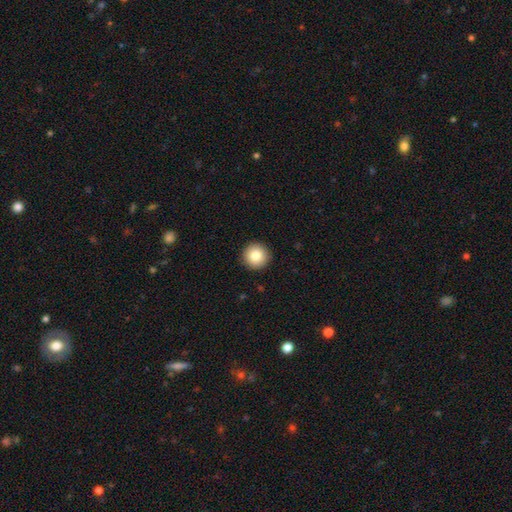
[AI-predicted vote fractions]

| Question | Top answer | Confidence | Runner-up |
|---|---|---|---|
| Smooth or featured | smooth | 83% | star or artifact (9%) |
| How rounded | round | 96% | in between (3%) |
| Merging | none | 93% | minor disturbance (5%) |